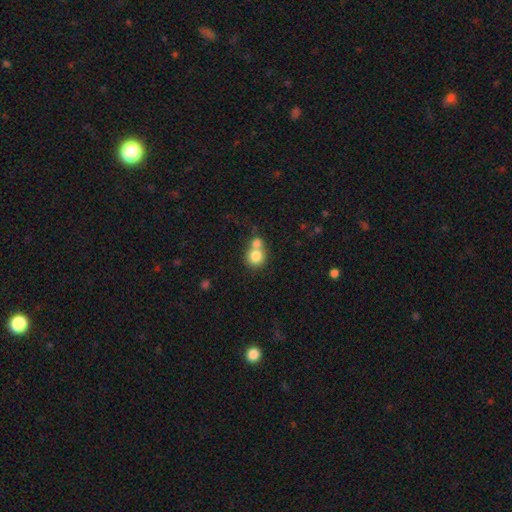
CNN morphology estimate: A smooth galaxy with no disk features (79%) that is round (85%). Merging: merger (53%).